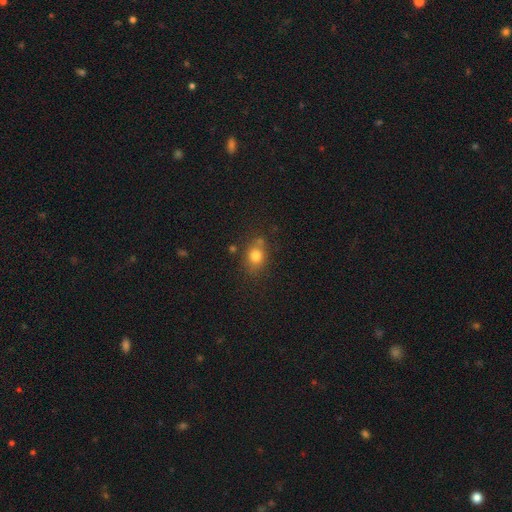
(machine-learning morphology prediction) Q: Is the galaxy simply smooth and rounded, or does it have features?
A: smooth — 79%.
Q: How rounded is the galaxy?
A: round — 54%.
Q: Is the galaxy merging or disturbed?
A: none — 68%.